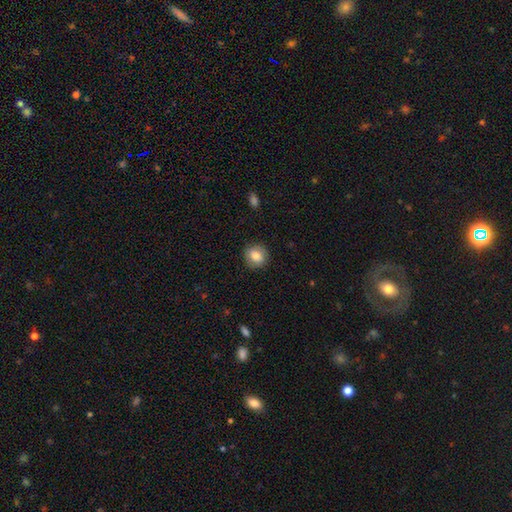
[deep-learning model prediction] Smooth or featured: smooth — 80% (featured or disk — 12%)
How rounded: round — 79% (in between — 20%)
Merging: none — 86% (minor disturbance — 10%)